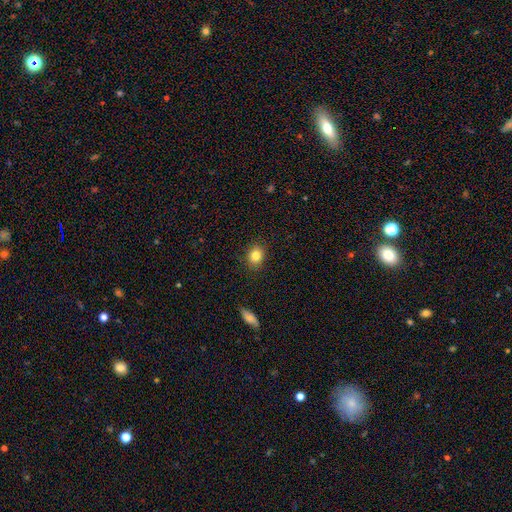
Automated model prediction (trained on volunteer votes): A smooth galaxy with no disk features (83%) that is round (60%).

Vote fractions:
- Smooth or featured? smooth: 83% / star or artifact: 10% / featured or disk: 7%
- How rounded? round: 60% / in between: 39% / cigar-shaped: 1%
- Merging? none: 89% / minor disturbance: 8% / major disturbance: 2% / merger: 1%